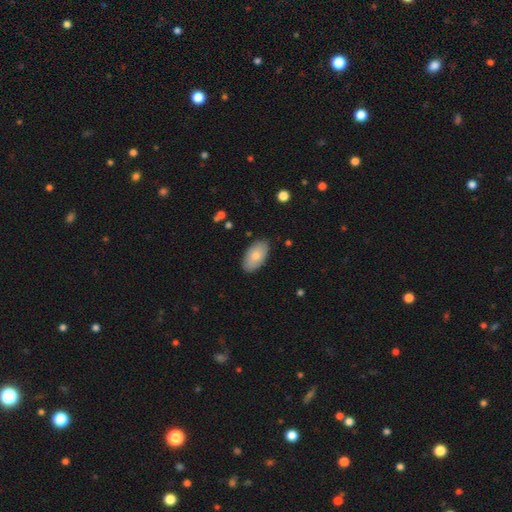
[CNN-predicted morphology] The model was most divided on "smooth or featured": smooth: 78%, featured or disk: 16%, star or artifact: 6%. More confident: how rounded — in between (95%); merging — none (85%).